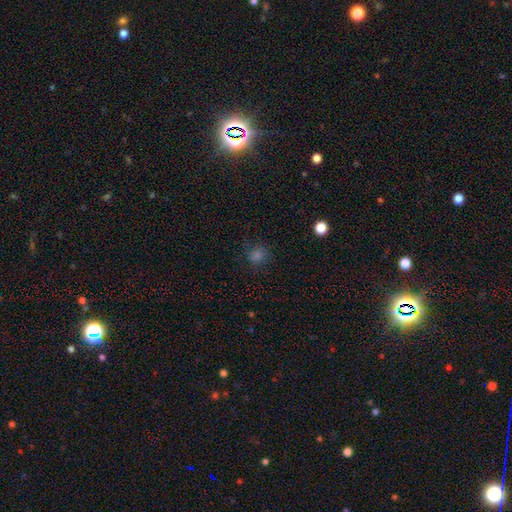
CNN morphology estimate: Q: Smooth or featured?
A: smooth (65%); runner-up: star or artifact (27%)
Q: How rounded?
A: round (88%); runner-up: in between (11%)
Q: Merging?
A: none (82%); runner-up: minor disturbance (12%)